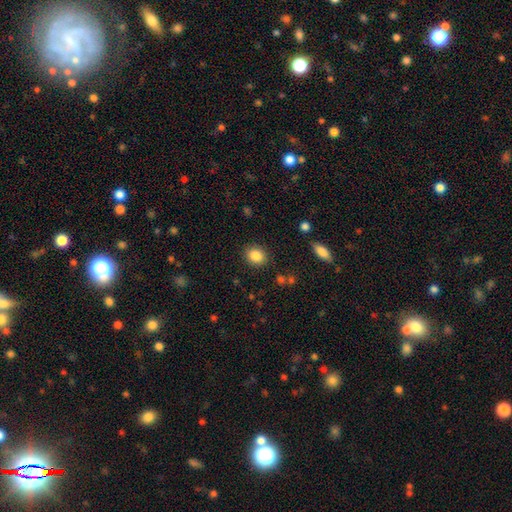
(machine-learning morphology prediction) Smooth or featured? Predicted: smooth (p=0.86). How rounded? Predicted: round (p=0.57). Merging? Predicted: none (p=0.87).